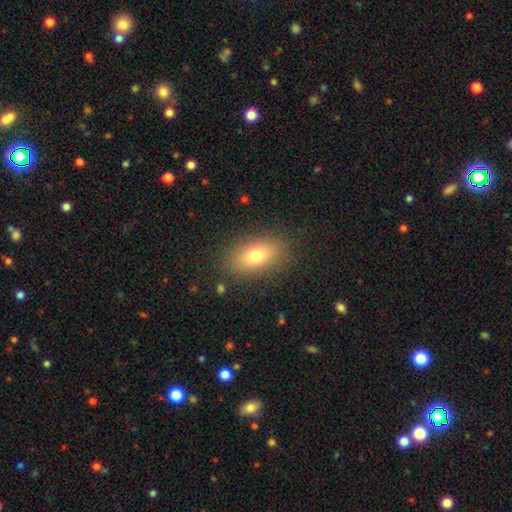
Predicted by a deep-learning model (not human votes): Q: Smooth or featured?
A: smooth (76%); runner-up: featured or disk (15%)
Q: How rounded?
A: in between (87%); runner-up: round (8%)
Q: Merging?
A: none (85%); runner-up: minor disturbance (10%)